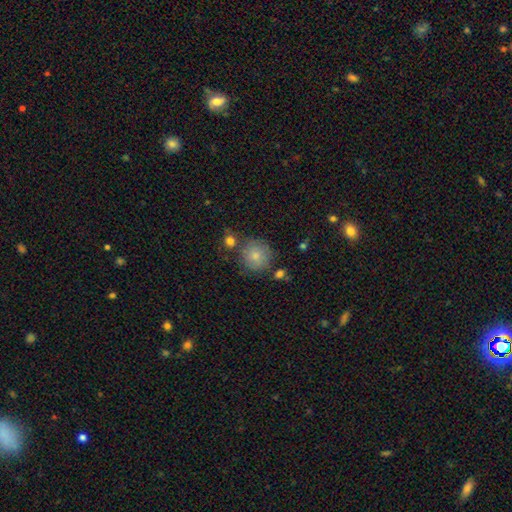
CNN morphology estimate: Smooth or featured: smooth — 80% (featured or disk — 11%)
How rounded: round — 92% (in between — 8%)
Merging: none — 72% (minor disturbance — 15%)